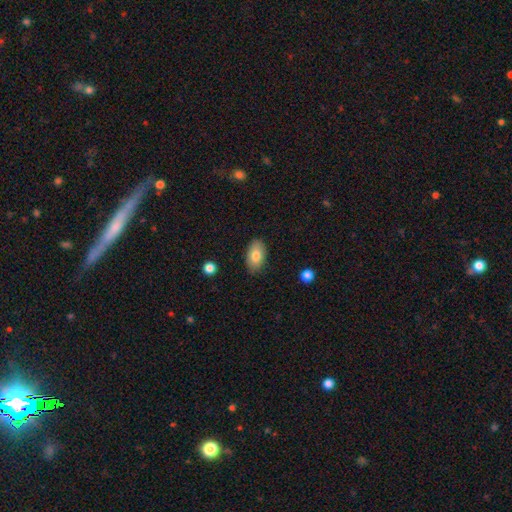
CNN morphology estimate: Smooth or featured? Predicted: smooth (p=0.80). How rounded? Predicted: in between (p=0.93). Merging? Predicted: none (p=0.86).